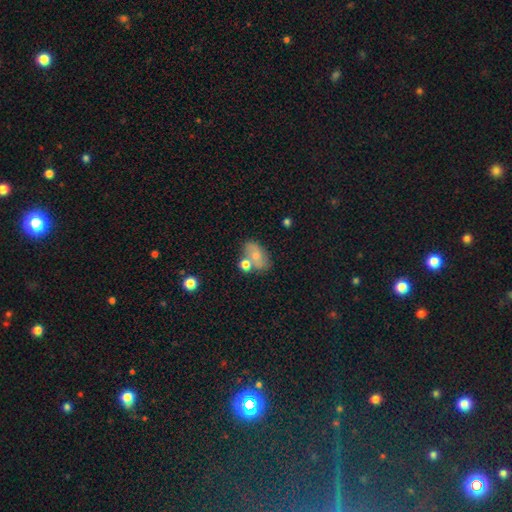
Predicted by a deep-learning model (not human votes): The model was most divided on "merging": none: 53%, merger: 22%, minor disturbance: 18%, major disturbance: 6%. More confident: how rounded — in between (83%); smooth or featured — smooth (63%).